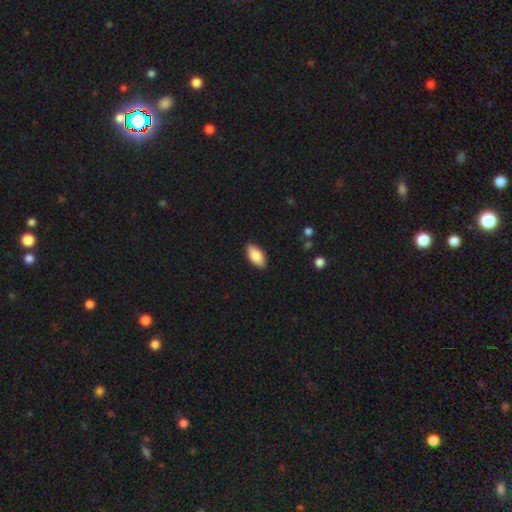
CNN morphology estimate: Overall: smooth (88%). How rounded: in between (93%). Merging: none (89%).